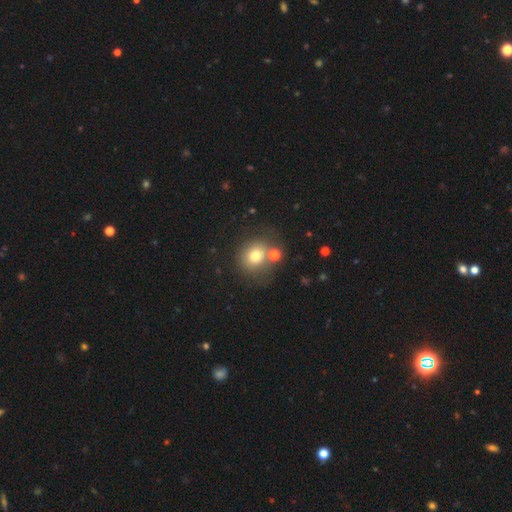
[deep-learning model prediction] Smooth or featured?
  - smooth: 74% *
  - star or artifact: 13%
  - featured or disk: 13%
How rounded?
  - round: 82% *
  - in between: 17%
  - cigar-shaped: 1%
Merging?
  - none: 64% *
  - merger: 18%
  - minor disturbance: 13%
  - major disturbance: 6%